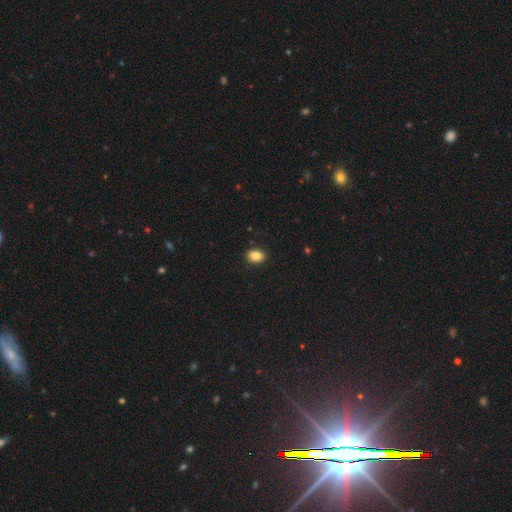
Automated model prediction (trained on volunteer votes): The model was most divided on "how rounded": in between: 69%, round: 30%, cigar-shaped: 1%. More confident: merging — none (89%); smooth or featured — smooth (86%).